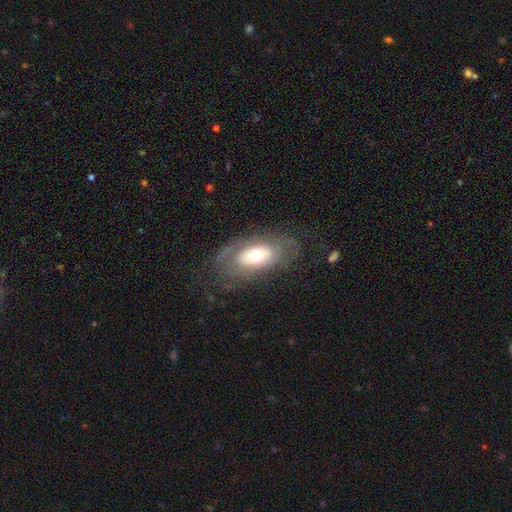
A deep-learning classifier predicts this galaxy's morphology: This is possibly a featured or disk galaxy (54%). It is clearly not viewed edge-on (88%). Merging: likely none (67%).